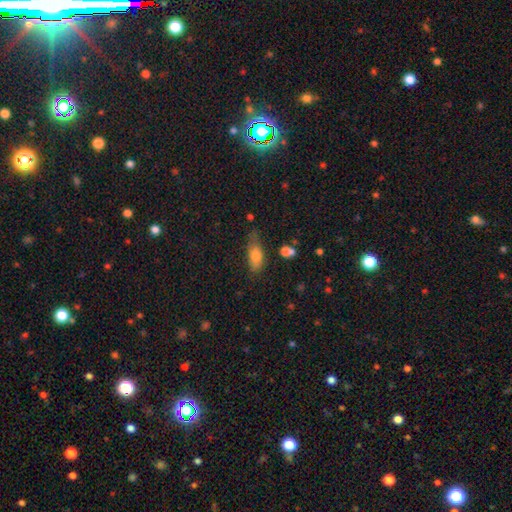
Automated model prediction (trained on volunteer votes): smooth-or-featured: smooth: 76% | featured or disk: 15% | star or artifact: 9%
  how-rounded: in between: 78% | cigar-shaped: 18% | round: 4%
  merging: none: 51% | minor disturbance: 33% | major disturbance: 11% | merger: 5%